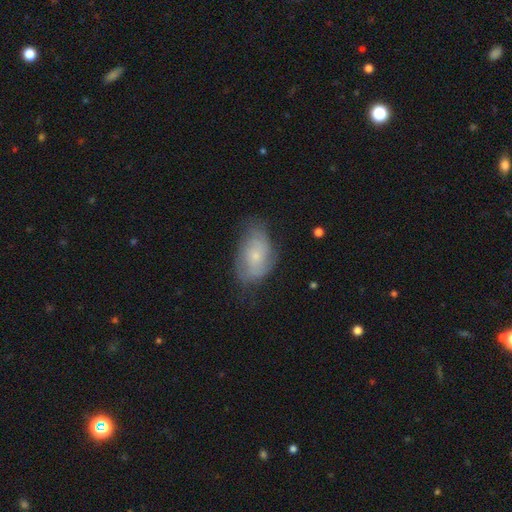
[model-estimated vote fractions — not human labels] A featured or disk galaxy (51%).

Vote fractions:
- Smooth or featured? featured or disk: 51% / smooth: 41% / star or artifact: 8%
- Edge-on disk? no: 95% / yes: 5%
- Merging? none: 59% / minor disturbance: 29% / major disturbance: 11% / merger: 1%